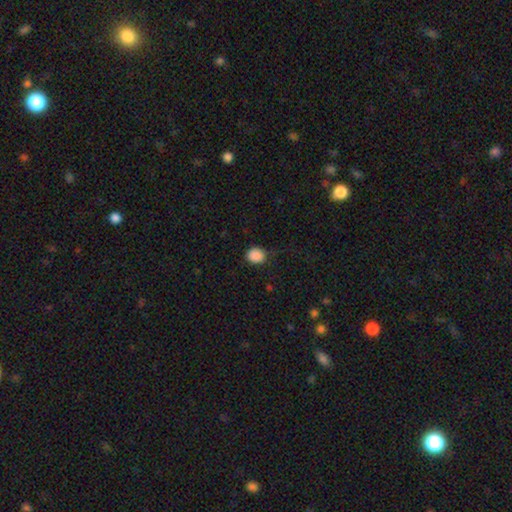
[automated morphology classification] The model was most divided on "how rounded": round: 74%, in between: 25%, cigar-shaped: 1%. More confident: smooth or featured — smooth (88%); merging — none (78%).